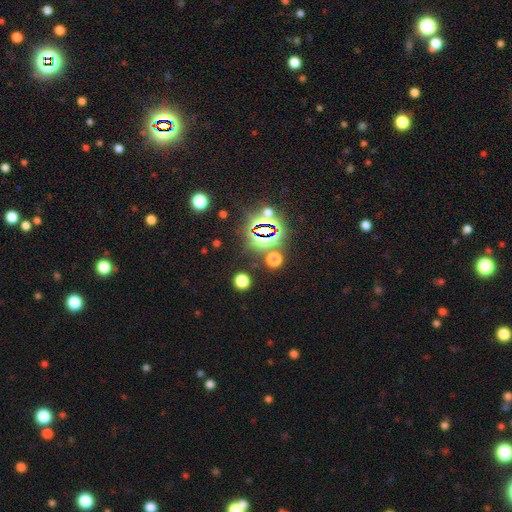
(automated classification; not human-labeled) This appears to be a star or artifact, not a galaxy (82%).